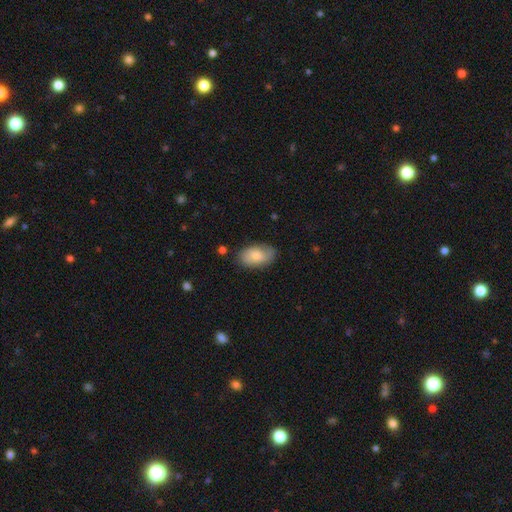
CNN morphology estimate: type=smooth (67%); roundness=in between (93%); merging=none (74%).